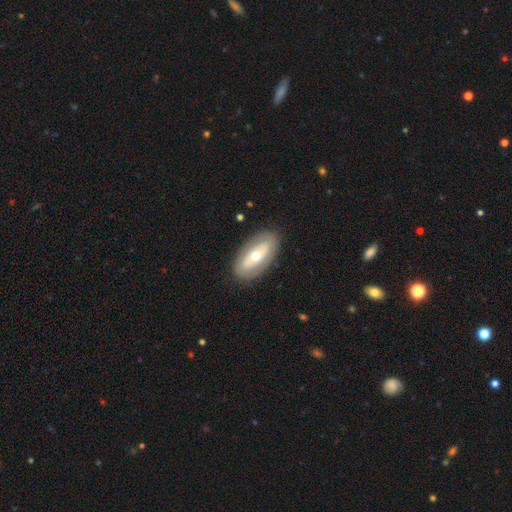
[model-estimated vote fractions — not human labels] A featured or disk galaxy (55%).

Vote fractions:
- Smooth or featured? featured or disk: 55% / smooth: 40% / star or artifact: 6%
- Edge-on disk? no: 86% / yes: 14%
- Merging? none: 85% / minor disturbance: 11% / major disturbance: 4% / merger: 1%